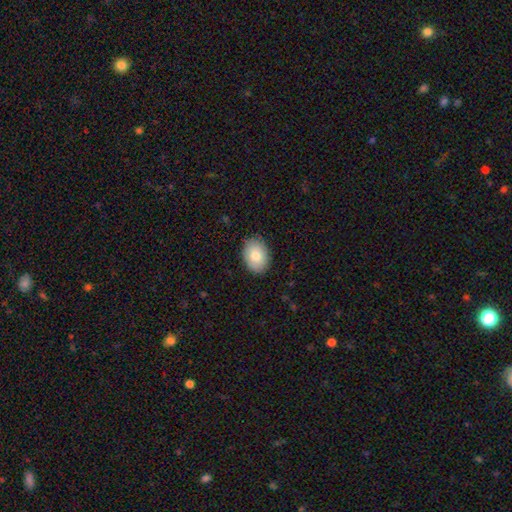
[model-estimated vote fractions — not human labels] smooth_or_featured: smooth (p=0.80) [alt: featured or disk p=0.13]
how_rounded: in between (p=0.76) [alt: round p=0.23]
merging: none (p=0.86) [alt: minor disturbance p=0.11]